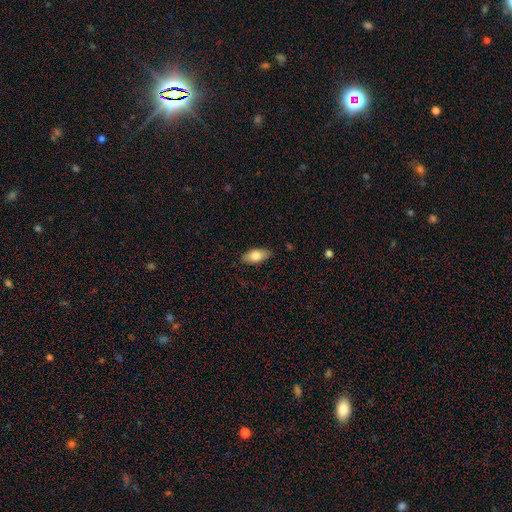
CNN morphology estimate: Smooth or featured?
  - smooth: 77% *
  - featured or disk: 16%
  - star or artifact: 6%
How rounded?
  - in between: 87% *
  - cigar-shaped: 10%
  - round: 3%
Merging?
  - none: 85% *
  - minor disturbance: 11%
  - major disturbance: 2%
  - merger: 1%